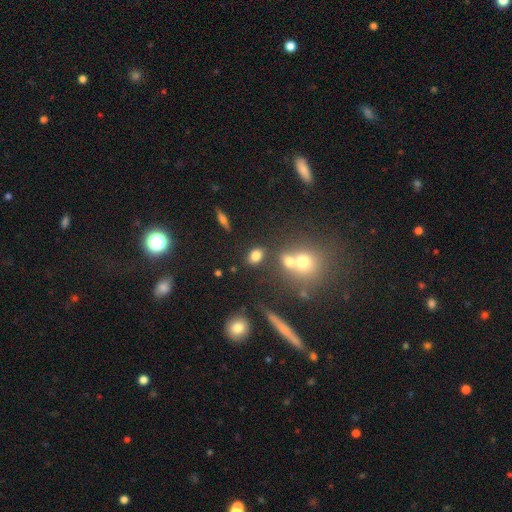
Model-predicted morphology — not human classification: type=smooth (77%); roundness=in between (76%); merging=none (72%).